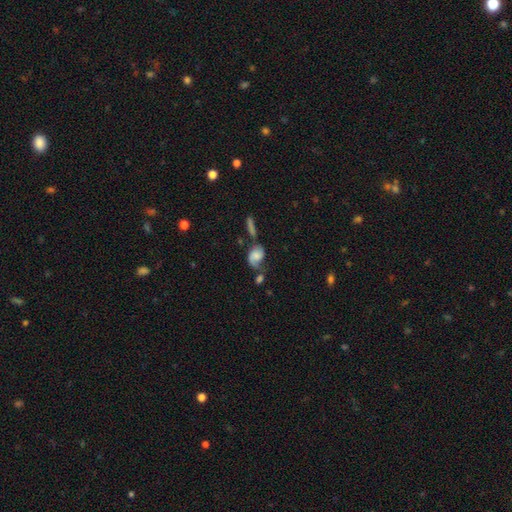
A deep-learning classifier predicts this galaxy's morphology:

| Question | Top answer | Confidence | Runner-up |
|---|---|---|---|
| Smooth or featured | featured or disk | 45% | tied: smooth (45%) |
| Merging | none | 38% | merger (22%) |